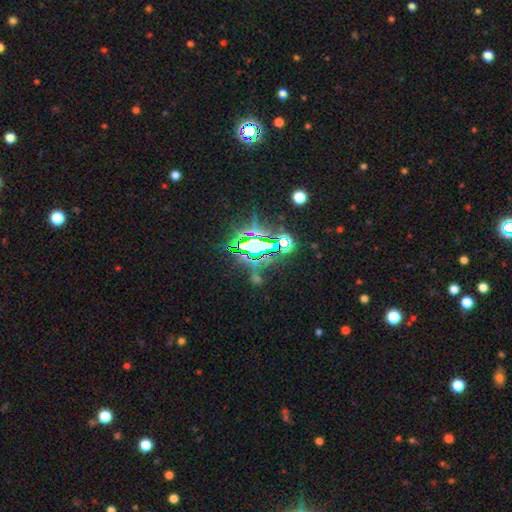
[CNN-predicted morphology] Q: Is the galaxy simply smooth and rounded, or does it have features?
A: star or artifact — 82%.